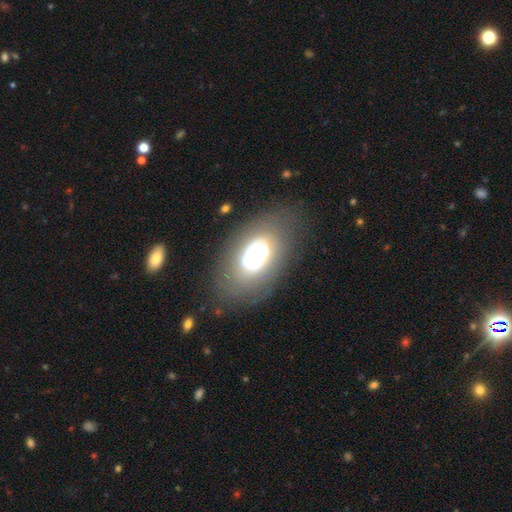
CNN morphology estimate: smooth-or-featured: smooth: 53% | featured or disk: 34% | star or artifact: 13%
  how-rounded: in between: 86% | round: 12% | cigar-shaped: 2%
  merging: none: 71% | minor disturbance: 17% | major disturbance: 11% | merger: 2%